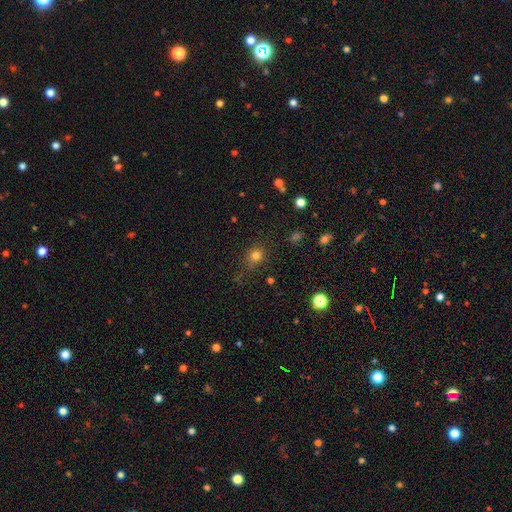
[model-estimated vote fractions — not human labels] A smooth galaxy with no disk features (76%) that is round (77%).

Vote fractions:
- Smooth or featured? smooth: 76% / star or artifact: 17% / featured or disk: 7%
- How rounded? round: 77% / in between: 22% / cigar-shaped: 1%
- Merging? none: 75% / minor disturbance: 16% / major disturbance: 6% / merger: 3%